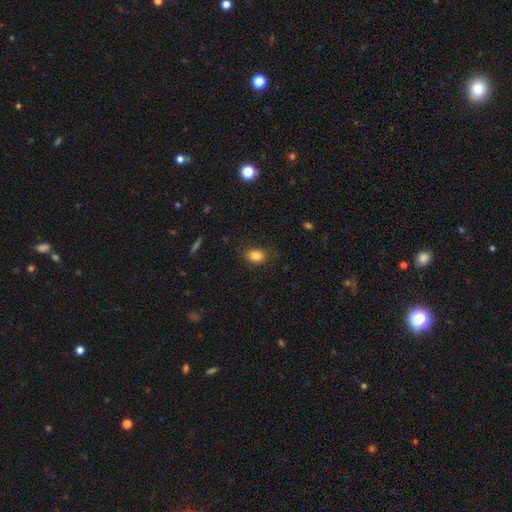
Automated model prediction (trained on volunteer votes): A smooth galaxy with no disk features (84%) that is in between round and cigar-shaped (74%). Merging: none (81%).